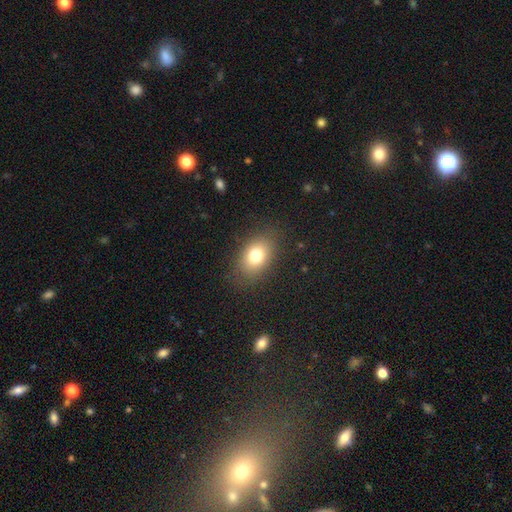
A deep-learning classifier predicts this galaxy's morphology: A smooth galaxy with no disk features (76%) that is in between round and cigar-shaped (76%).

Vote fractions:
- Smooth or featured? smooth: 76% / featured or disk: 13% / star or artifact: 11%
- How rounded? in between: 76% / round: 23% / cigar-shaped: 1%
- Merging? none: 83% / minor disturbance: 11% / major disturbance: 5% / merger: 1%